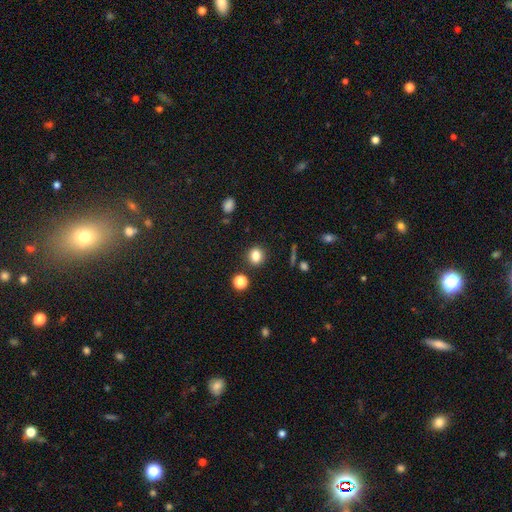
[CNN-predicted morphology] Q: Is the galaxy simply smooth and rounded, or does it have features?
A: smooth — 81%.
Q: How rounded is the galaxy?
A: round — 69%.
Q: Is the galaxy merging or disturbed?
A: none — 87%.